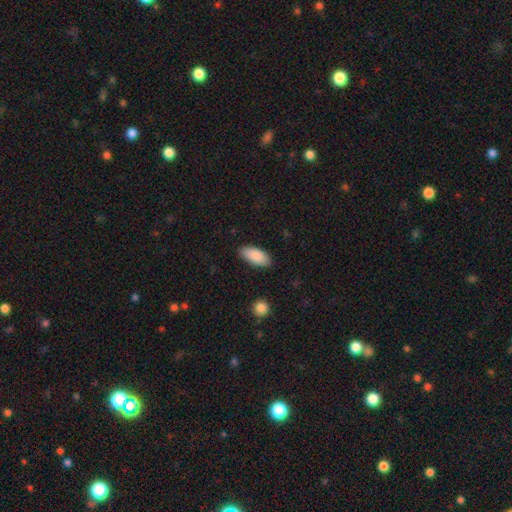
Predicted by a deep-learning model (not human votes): Smooth or featured? Predicted: smooth (p=0.89). How rounded? Predicted: in between (p=0.90). Merging? Predicted: none (p=0.86).